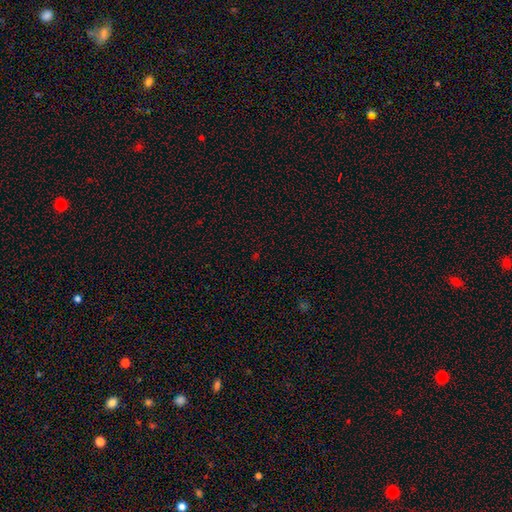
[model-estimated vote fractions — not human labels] smooth-or-featured: star or artifact: 62% | smooth: 31% | featured or disk: 7%